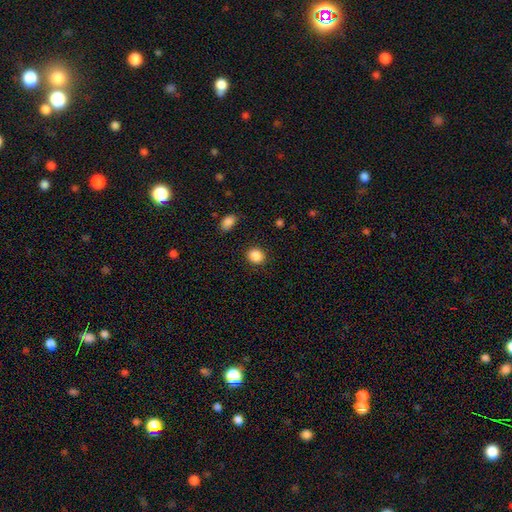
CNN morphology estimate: Smooth or featured? smooth (88%)
How rounded? round (77%)
Merging? none (88%)